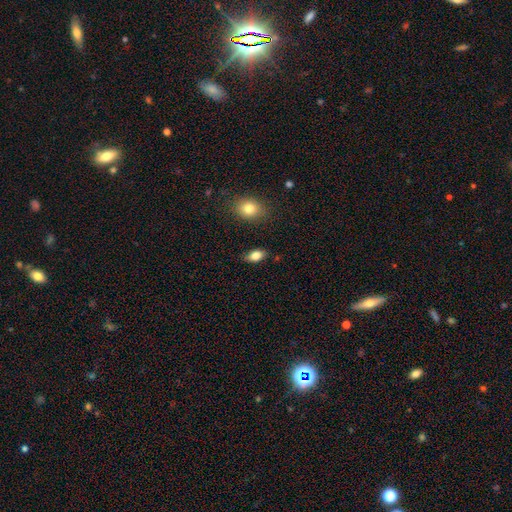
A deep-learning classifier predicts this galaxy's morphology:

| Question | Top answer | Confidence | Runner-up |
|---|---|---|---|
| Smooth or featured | smooth | 82% | featured or disk (10%) |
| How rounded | in between | 89% | round (7%) |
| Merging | none | 85% | minor disturbance (10%) |